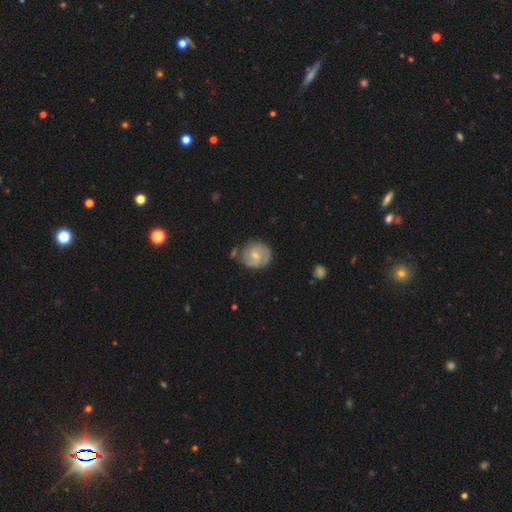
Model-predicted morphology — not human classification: Smooth or featured?
  - featured or disk: 65% *
  - smooth: 29%
  - star or artifact: 6%
Edge-on disk?
  - no: 98% *
  - yes: 2%
Bar?
  - no: 47% *
  - weak: 46%
  - strong: 7%
Spiral arms?
  - yes: 88% *
  - no: 12%
Spiral winding?
  - tight: 50% *
  - medium: 38%
  - loose: 12%
Spiral arm count?
  - 2: 71% *
  - can't tell: 16%
  - 1: 5%
  - 3: 5%
  - 4: 2%
  - more than 4: 1%
Bulge size?
  - moderate: 51% *
  - small: 44%
  - none: 2%
  - large: 2%
  - dominant: 1%
Merging?
  - none: 68% *
  - minor disturbance: 21%
  - major disturbance: 6%
  - merger: 5%